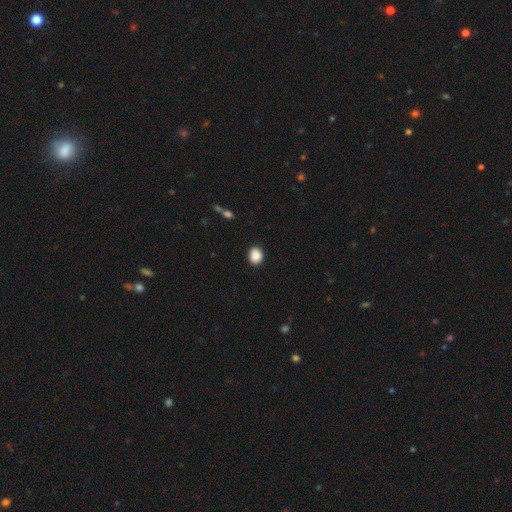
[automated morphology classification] smooth 89%, star or artifact 8%, featured or disk 3%. Down the decision tree: how rounded — round (50%); merging — none (89%).